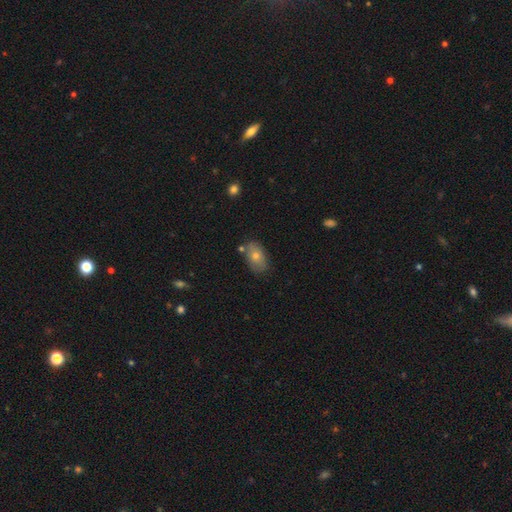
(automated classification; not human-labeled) smooth 67%, featured or disk 23%, star or artifact 10%. Down the decision tree: how rounded — in between (88%); merging — none (76%).